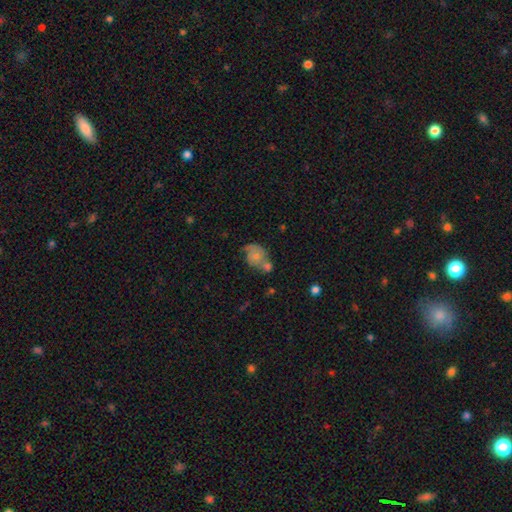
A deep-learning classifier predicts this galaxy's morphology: Smooth or featured? smooth (51%)
How rounded? in between (55%)
Merging? merger (34%)